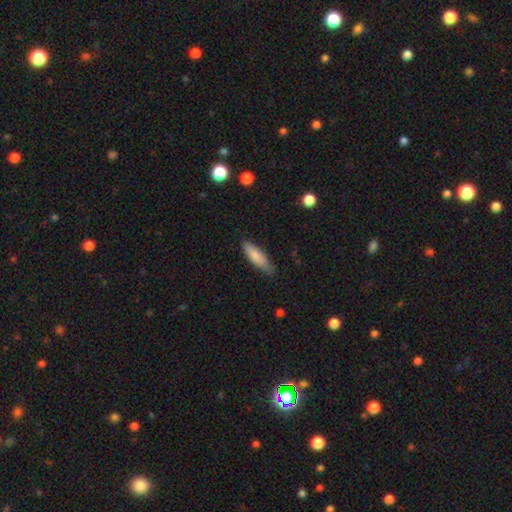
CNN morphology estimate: Smooth or featured? smooth (83%)
How rounded? cigar-shaped (57%)
Merging? none (77%)